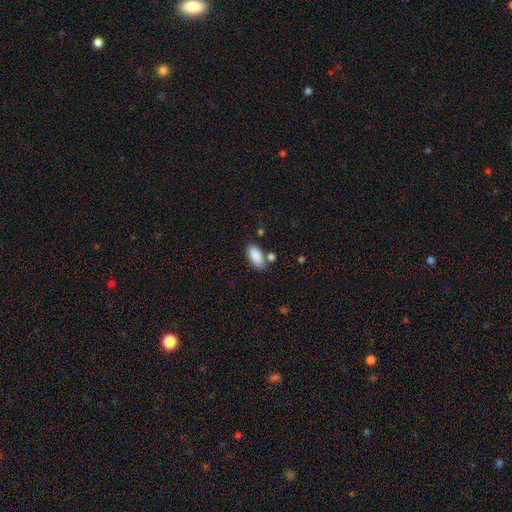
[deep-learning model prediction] The model was most divided on "merging": none: 72%, minor disturbance: 14%, merger: 10%, major disturbance: 4%. More confident: how rounded — in between (91%); smooth or featured — smooth (89%).